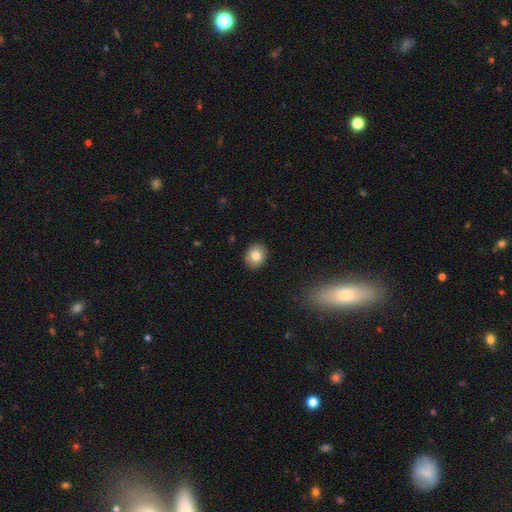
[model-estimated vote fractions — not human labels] The model was most divided on "how rounded": round: 64%, in between: 35%, cigar-shaped: 1%. More confident: merging — none (88%); smooth or featured — smooth (82%).